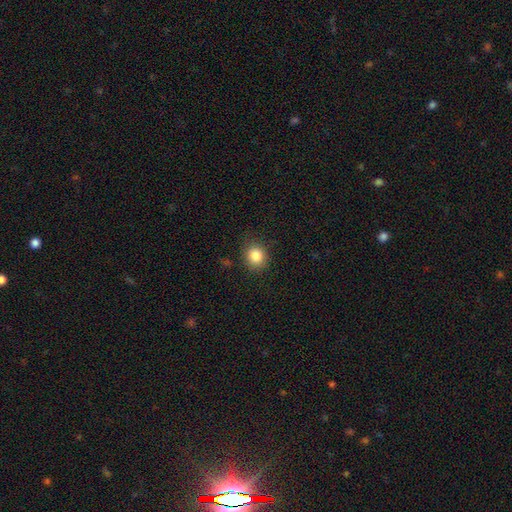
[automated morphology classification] Smooth or featured: smooth — 85% (star or artifact — 10%)
How rounded: round — 79% (in between — 20%)
Merging: none — 86% (minor disturbance — 10%)